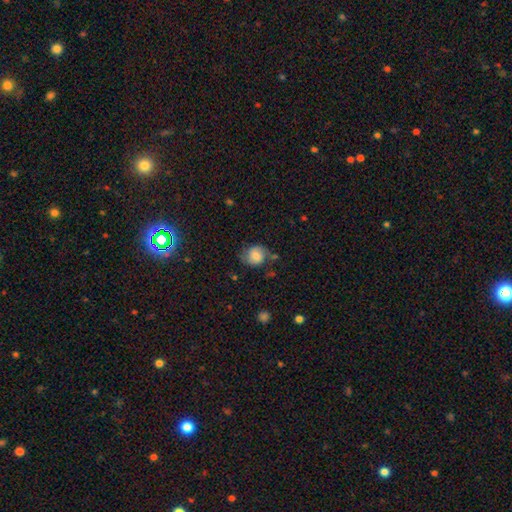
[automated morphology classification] A smooth galaxy with no disk features (62%) that is round (70%).

Vote fractions:
- Smooth or featured? smooth: 62% / featured or disk: 28% / star or artifact: 10%
- How rounded? round: 70% / in between: 29% / cigar-shaped: 1%
- Merging? none: 61% / minor disturbance: 26% / major disturbance: 10% / merger: 4%